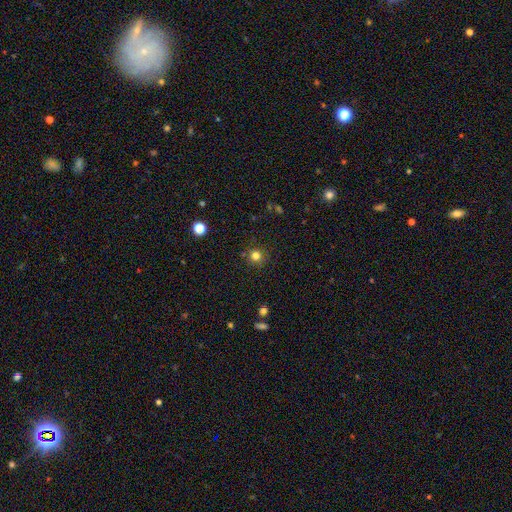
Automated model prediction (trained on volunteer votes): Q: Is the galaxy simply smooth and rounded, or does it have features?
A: smooth — 79%.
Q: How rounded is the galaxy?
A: round — 93%.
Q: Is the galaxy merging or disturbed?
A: none — 88%.